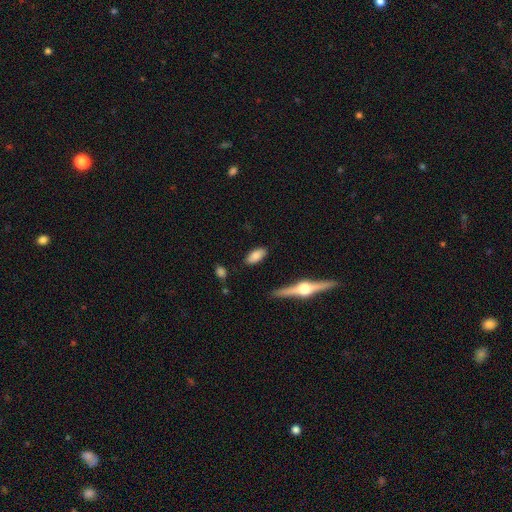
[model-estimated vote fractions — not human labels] Overall: smooth (78%). How rounded: in between (87%). Merging: none (84%).